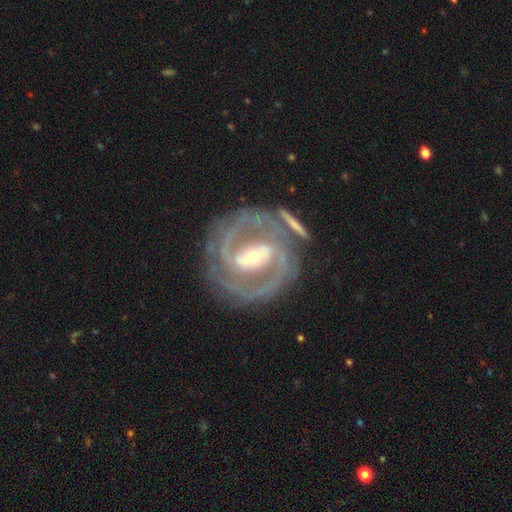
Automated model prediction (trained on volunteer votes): Smooth or featured? Predicted: featured or disk (p=0.90). Edge-on disk? Predicted: no (p=0.97). Bar? Predicted: strong (p=0.44). Spiral arms? Predicted: yes (p=0.96). Spiral winding? Predicted: tight (p=0.57). Spiral arm count? Predicted: 2 (p=0.74). Bulge size? Predicted: small (p=0.57). Merging? Predicted: none (p=0.71).